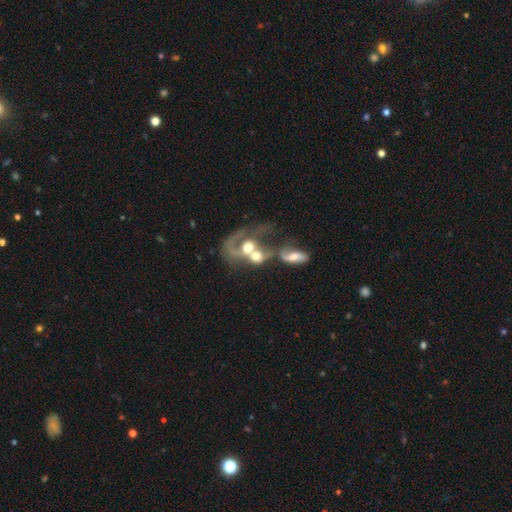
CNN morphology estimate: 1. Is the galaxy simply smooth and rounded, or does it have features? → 53% featured or disk, 37% smooth, 10% star or artifact.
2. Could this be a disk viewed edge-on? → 95% no, 5% yes.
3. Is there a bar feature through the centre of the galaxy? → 78% no, 17% weak, 5% strong.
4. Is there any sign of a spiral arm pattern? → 52% yes, 48% no.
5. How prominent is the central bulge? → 51% moderate, 28% large, 9% small, 6% none, 6% dominant.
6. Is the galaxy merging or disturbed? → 70% merger, 14% major disturbance, 11% none, 6% minor disturbance.